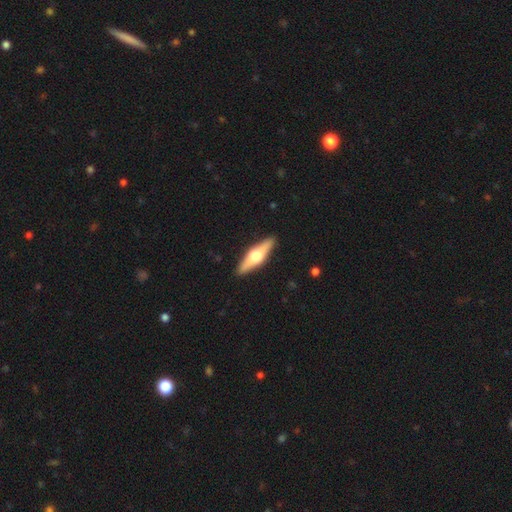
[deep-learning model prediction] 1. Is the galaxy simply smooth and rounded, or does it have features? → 61% featured or disk, 34% smooth, 5% star or artifact.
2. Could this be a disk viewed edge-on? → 95% yes, 5% no.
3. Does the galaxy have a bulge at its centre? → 95% rounded, 3% boxy, 2% none.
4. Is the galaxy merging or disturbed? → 91% none, 7% minor disturbance, 1% major disturbance, 1% merger.